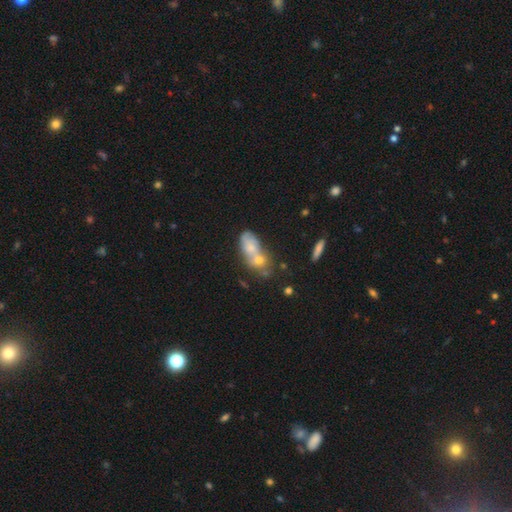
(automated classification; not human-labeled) Smooth or featured? Predicted: smooth (p=0.50). Merging? Predicted: merger (p=0.58).